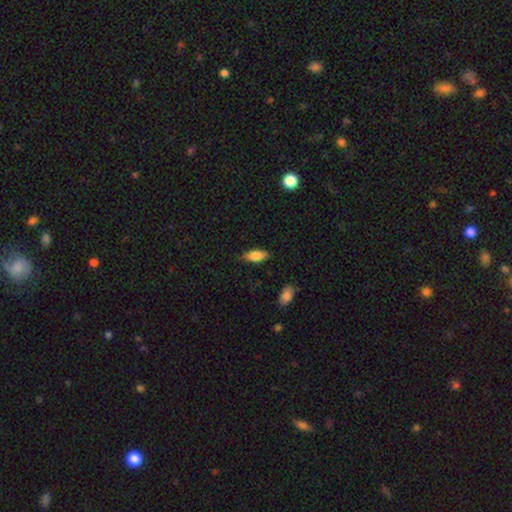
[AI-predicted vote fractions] Morphology: type=smooth (79%); roundness=in between (82%); merging=none (82%).